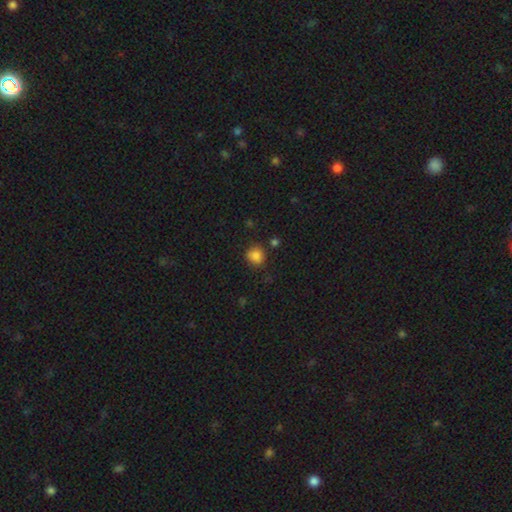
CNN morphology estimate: Smooth or featured?
  - smooth: 84% *
  - star or artifact: 11%
  - featured or disk: 5%
How rounded?
  - round: 81% *
  - in between: 18%
  - cigar-shaped: 1%
Merging?
  - none: 80% *
  - minor disturbance: 13%
  - merger: 4%
  - major disturbance: 3%